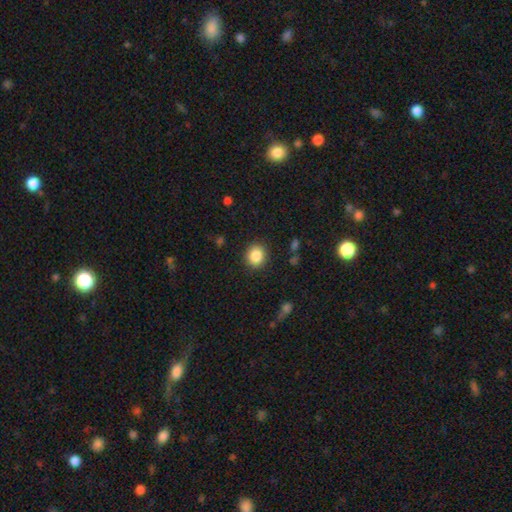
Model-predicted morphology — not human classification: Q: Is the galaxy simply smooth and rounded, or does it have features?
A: smooth — 86%.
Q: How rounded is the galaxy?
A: round — 82%.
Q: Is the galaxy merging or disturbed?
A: none — 89%.